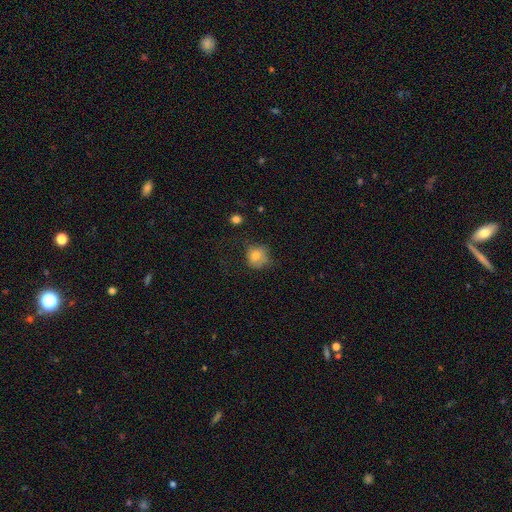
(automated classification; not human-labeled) smooth_or_featured: smooth (p=0.77) [alt: featured or disk p=0.13]
how_rounded: round (p=0.75) [alt: in between p=0.24]
merging: none (p=0.54) [alt: minor disturbance p=0.28]